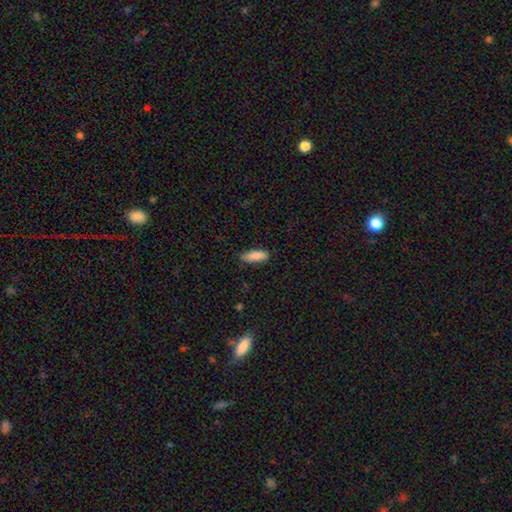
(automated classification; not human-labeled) Morphology: type=smooth (88%); roundness=in between (65%); merging=none (82%).